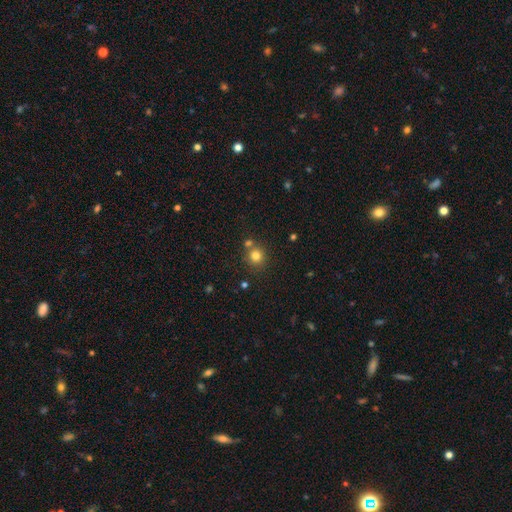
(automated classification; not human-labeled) smooth-or-featured: smooth: 79% | star or artifact: 13% | featured or disk: 7%
  how-rounded: round: 89% | in between: 10% | cigar-shaped: 1%
  merging: none: 67% | merger: 22% | minor disturbance: 9% | major disturbance: 3%